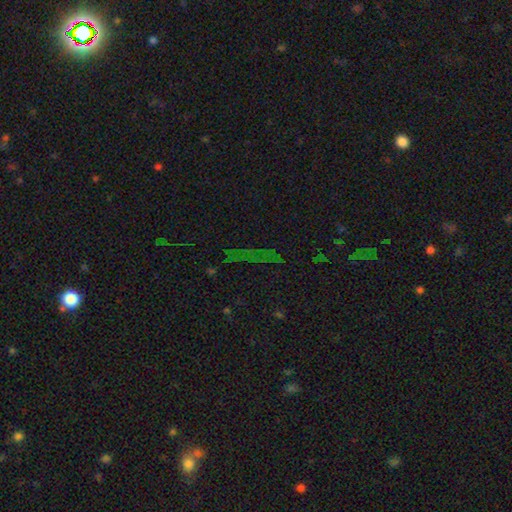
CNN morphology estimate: This is likely a star or artifact rather than a galaxy (69%).